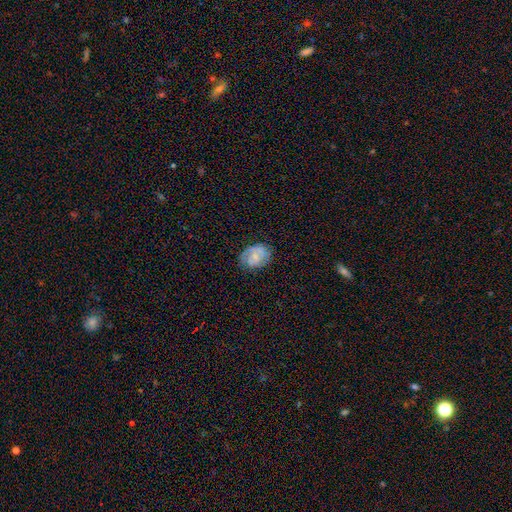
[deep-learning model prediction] Smooth or featured: smooth — 55% (featured or disk — 36%)
How rounded: in between — 72% (round — 27%)
Merging: none — 71% (minor disturbance — 21%)